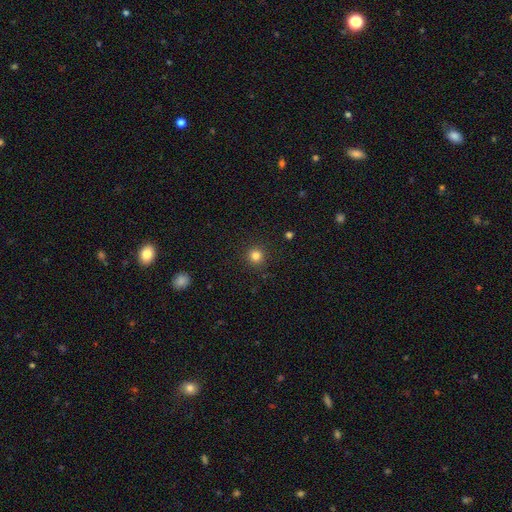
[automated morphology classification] smooth-or-featured: smooth: 82% | star or artifact: 13% | featured or disk: 5%
  how-rounded: round: 94% | in between: 5% | cigar-shaped: 1%
  merging: none: 91% | minor disturbance: 6% | major disturbance: 2% | merger: 1%